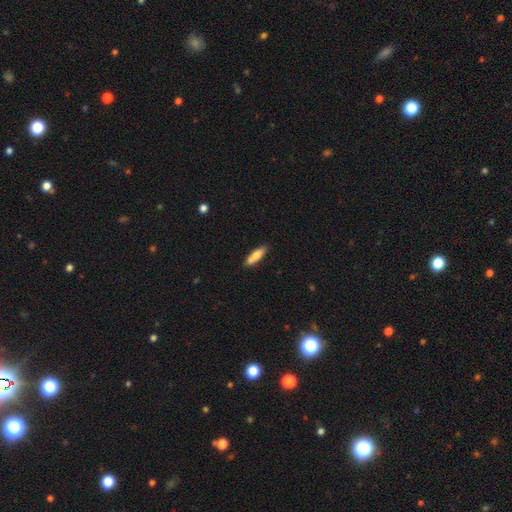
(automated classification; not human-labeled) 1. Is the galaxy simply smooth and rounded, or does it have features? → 71% smooth, 22% featured or disk, 6% star or artifact.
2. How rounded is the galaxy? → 63% cigar-shaped, 35% in between, 2% round.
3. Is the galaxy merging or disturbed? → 68% none, 16% minor disturbance, 13% merger, 3% major disturbance.